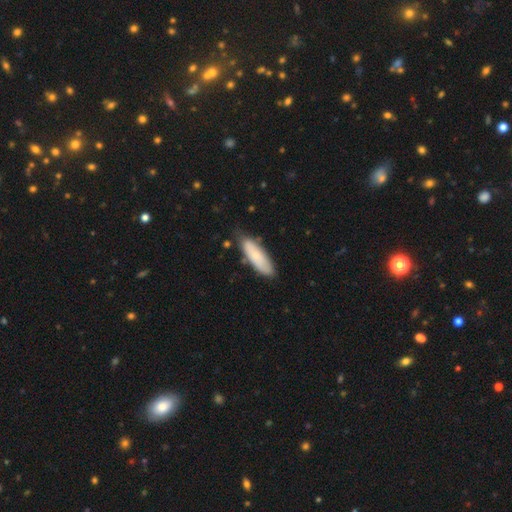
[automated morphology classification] type=smooth (72%); roundness=in between (52%); merging=none (69%).